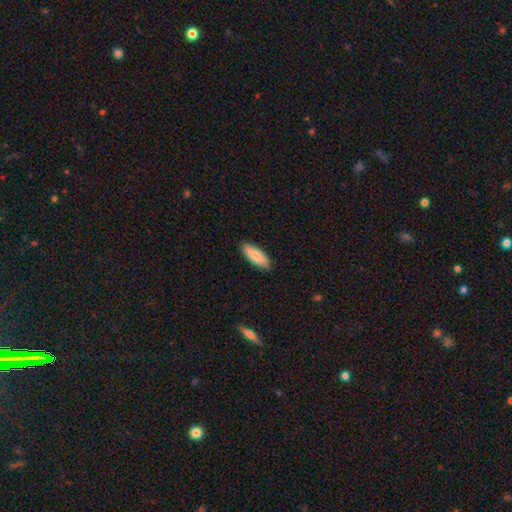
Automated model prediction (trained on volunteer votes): This is clearly a smooth galaxy (85%). How rounded: likely in between (64%). Merging: clearly none (88%).